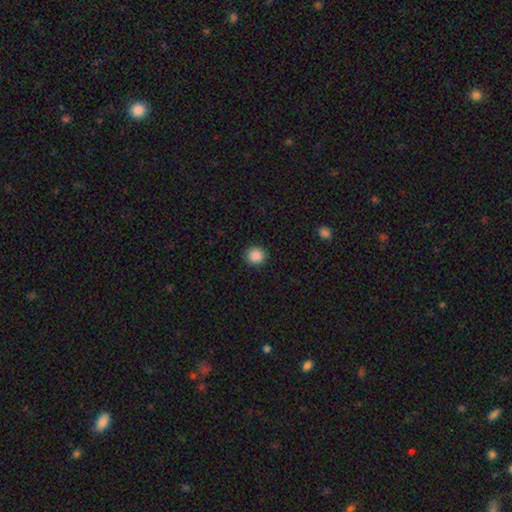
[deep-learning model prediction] Q: Smooth or featured?
A: smooth (87%); runner-up: star or artifact (9%)
Q: How rounded?
A: round (92%); runner-up: in between (7%)
Q: Merging?
A: none (92%); runner-up: minor disturbance (5%)